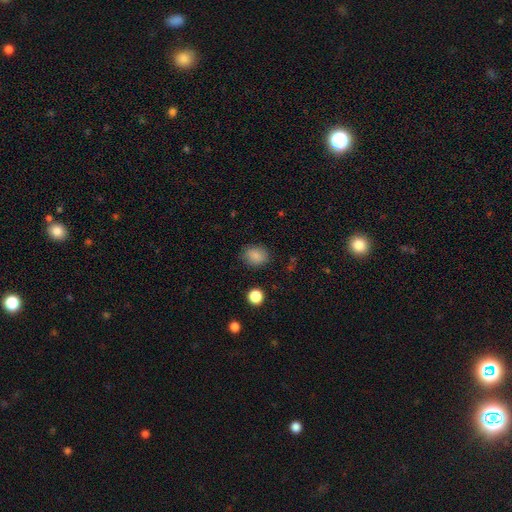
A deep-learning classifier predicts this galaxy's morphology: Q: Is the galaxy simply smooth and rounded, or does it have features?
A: smooth — 86%.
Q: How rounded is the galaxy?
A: round — 51%.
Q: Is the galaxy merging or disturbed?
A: none — 84%.